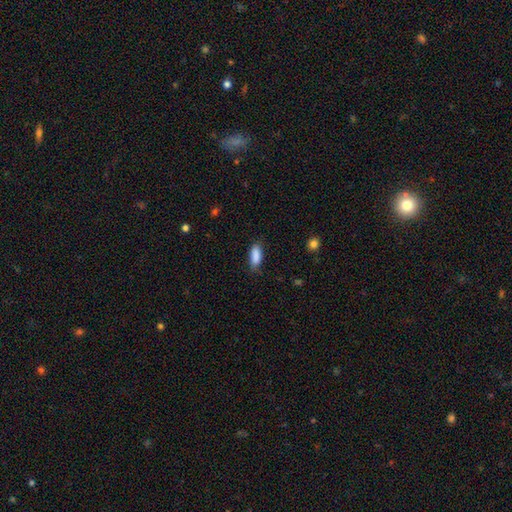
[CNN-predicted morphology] This appears to be a smooth galaxy with no disk features (88%) that is in between round and cigar-shaped (74%). Merging: none (76%).